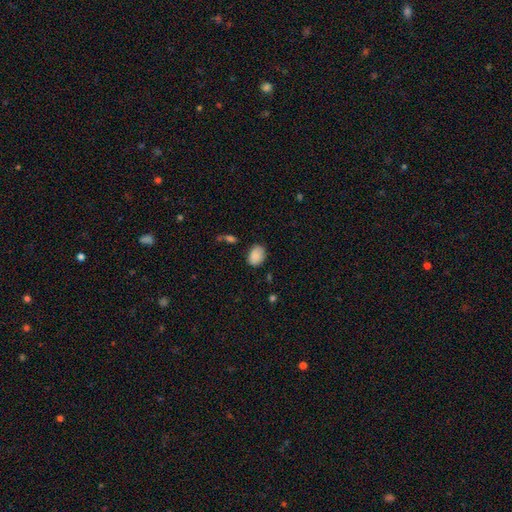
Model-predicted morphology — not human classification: A smooth galaxy with no disk features (88%) that is in between round and cigar-shaped (69%). Merging: none (74%).